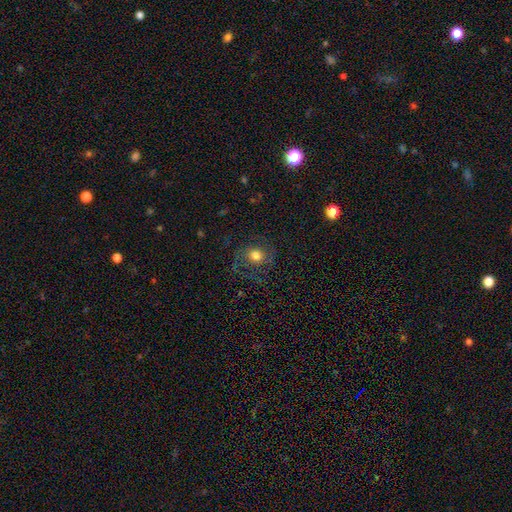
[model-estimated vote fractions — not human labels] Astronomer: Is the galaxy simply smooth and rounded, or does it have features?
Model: featured or disk — 45% (runner-up: smooth, 43%).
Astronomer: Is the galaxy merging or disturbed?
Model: none — 65%.